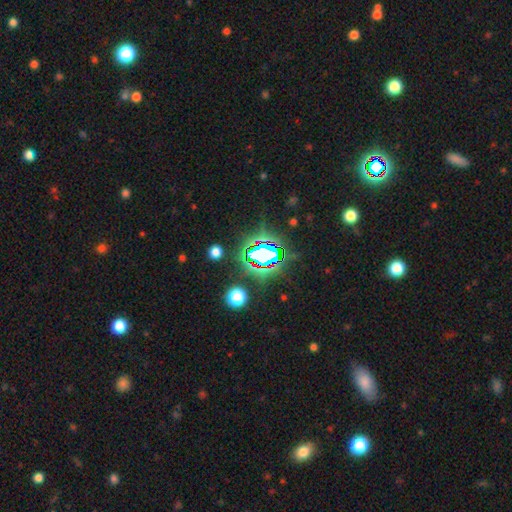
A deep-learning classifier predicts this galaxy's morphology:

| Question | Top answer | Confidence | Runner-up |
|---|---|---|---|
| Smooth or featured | star or artifact | 79% | smooth (13%) |